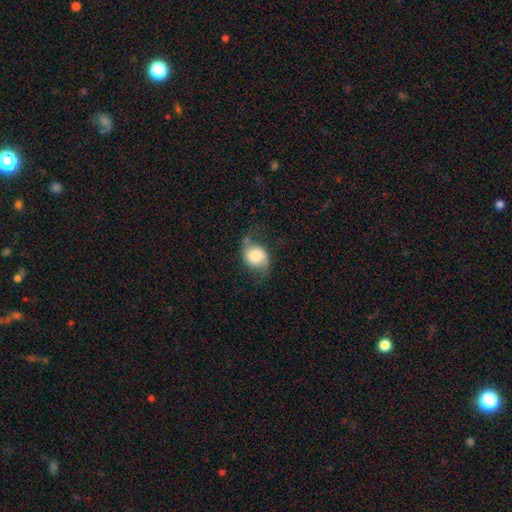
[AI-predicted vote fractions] A featured or disk galaxy (49%).

Vote fractions:
- Smooth or featured? featured or disk: 49% / smooth: 43% / star or artifact: 8%
- Merging? none: 60% / minor disturbance: 24% / major disturbance: 14% / merger: 2%